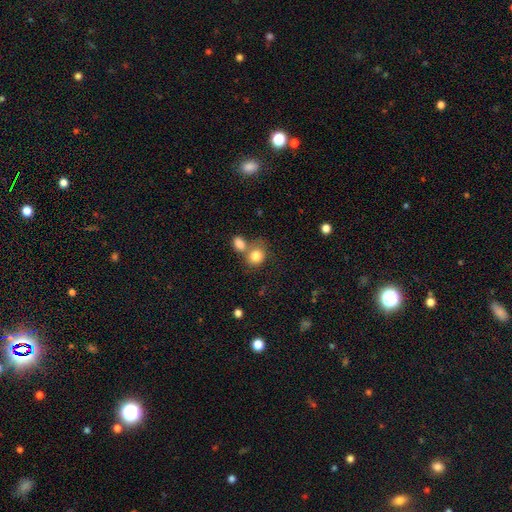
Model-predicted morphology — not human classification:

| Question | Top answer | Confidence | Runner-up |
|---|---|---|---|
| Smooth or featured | smooth | 82% | featured or disk (9%) |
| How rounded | round | 62% | in between (37%) |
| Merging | none | 42% | tied: merger (42%) |